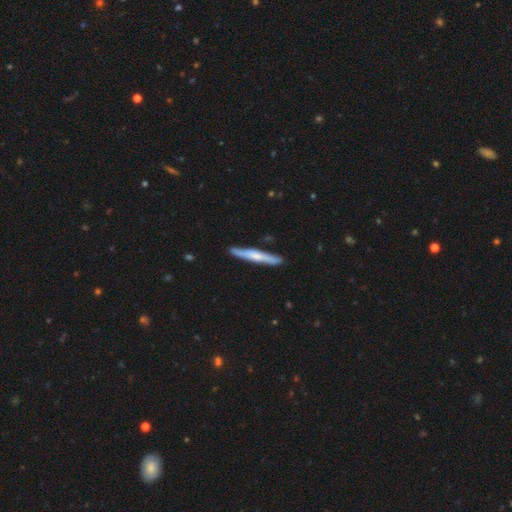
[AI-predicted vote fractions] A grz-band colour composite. It shows a featured or disk galaxy (52%) viewed edge-on (94%). Merging: none (88%).